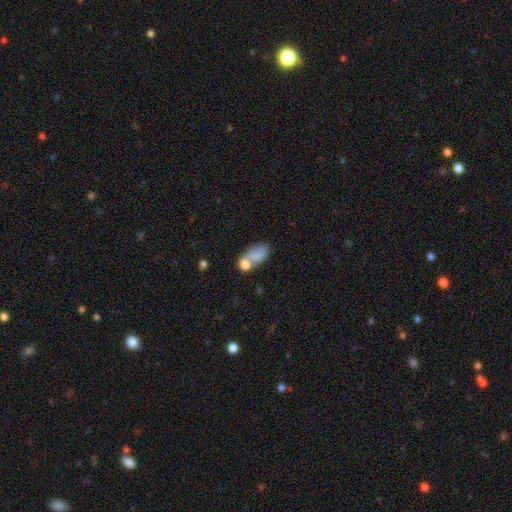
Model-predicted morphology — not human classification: smooth 73%, featured or disk 17%, star or artifact 10%. Down the decision tree: how rounded — in between (87%); merging — merger (35%).